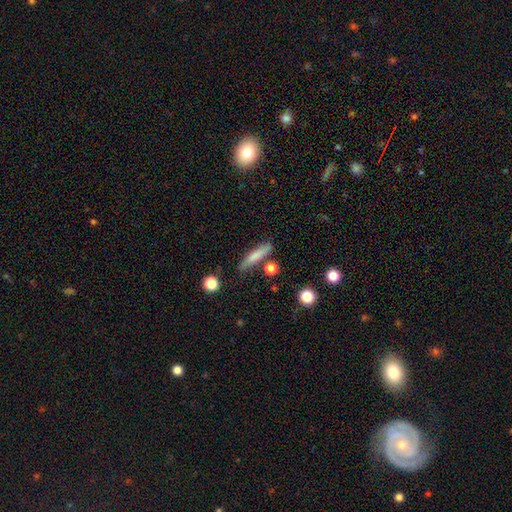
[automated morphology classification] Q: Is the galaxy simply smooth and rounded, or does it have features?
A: smooth — 76%.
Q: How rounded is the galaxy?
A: cigar-shaped — 84%.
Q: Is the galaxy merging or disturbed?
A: none — 73%.